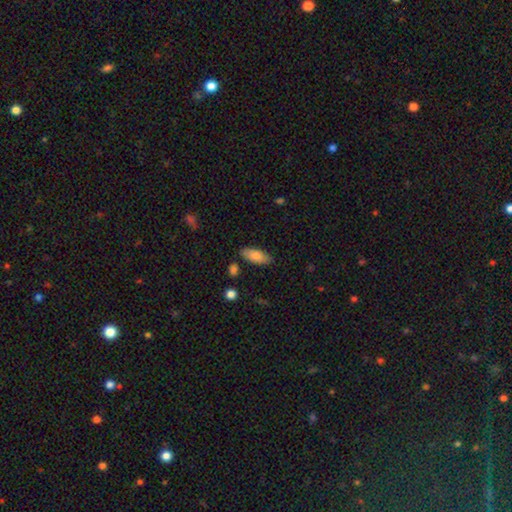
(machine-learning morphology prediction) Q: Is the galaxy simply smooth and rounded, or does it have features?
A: smooth — 79%.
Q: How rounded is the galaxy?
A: in between — 84%.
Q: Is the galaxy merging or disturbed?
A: none — 83%.